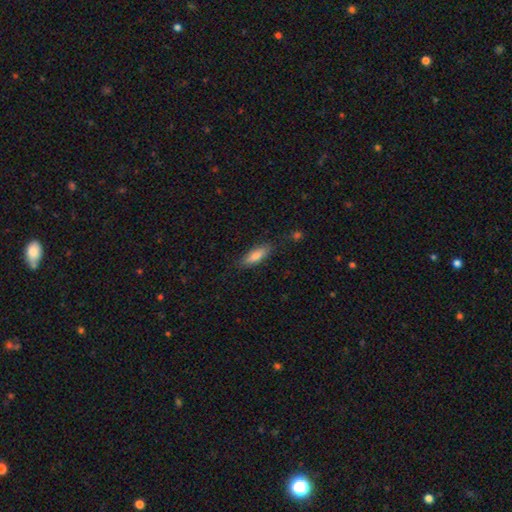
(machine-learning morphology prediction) type=smooth (78%); roundness=in between (50%); merging=none (82%).